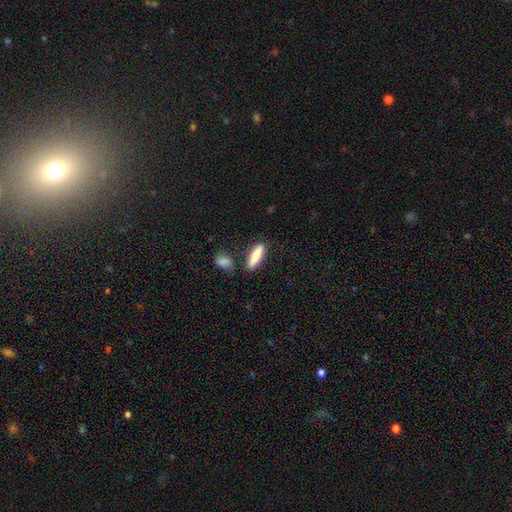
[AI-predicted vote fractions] Smooth or featured: smooth — 78% (featured or disk — 16%)
How rounded: cigar-shaped — 59% (in between — 39%)
Merging: none — 78% (minor disturbance — 11%)